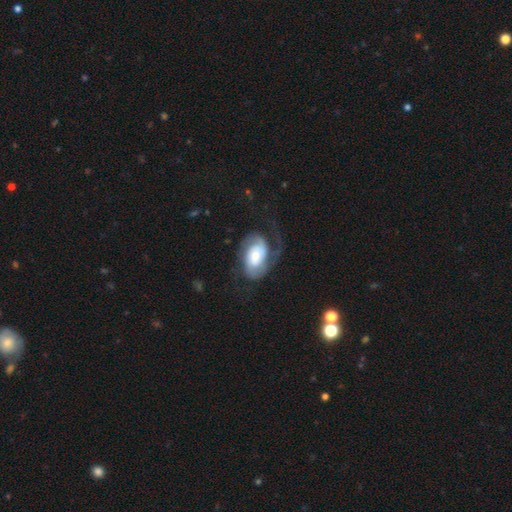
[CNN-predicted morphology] Q: Smooth or featured?
A: featured or disk (74%); runner-up: smooth (20%)
Q: Edge-on disk?
A: no (96%); runner-up: yes (4%)
Q: Bar?
A: no (60%); runner-up: weak (29%)
Q: Spiral arms?
A: yes (91%); runner-up: no (9%)
Q: Spiral winding?
A: medium (41%); runner-up: tight (31%)
Q: Spiral arm count?
A: 2 (74%); runner-up: 1 (11%)
Q: Bulge size?
A: moderate (41%); runner-up: large (25%)
Q: Merging?
A: none (49%); runner-up: major disturbance (30%)